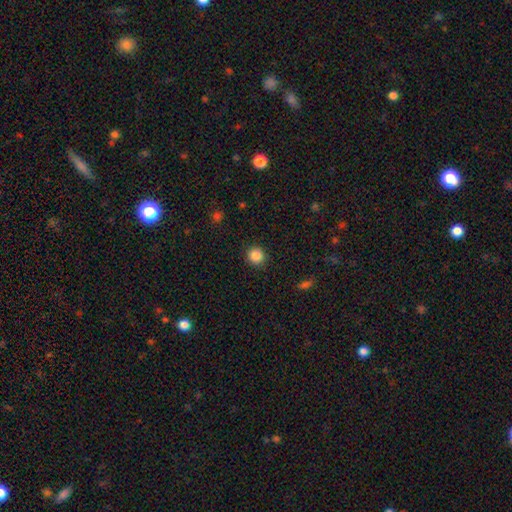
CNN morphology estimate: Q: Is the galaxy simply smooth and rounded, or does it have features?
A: smooth — 86%.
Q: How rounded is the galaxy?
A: round — 93%.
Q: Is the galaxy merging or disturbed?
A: none — 91%.